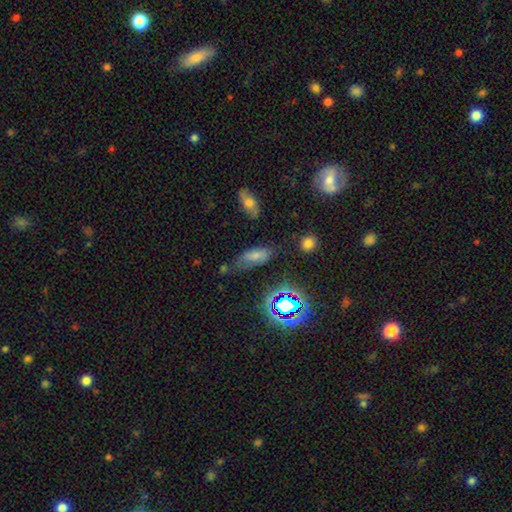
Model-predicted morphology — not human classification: Smooth or featured?
  - smooth: 42% *
  - star or artifact: 32%
  - featured or disk: 26%
Merging?
  - none: 62% *
  - minor disturbance: 23%
  - major disturbance: 10%
  - merger: 5%